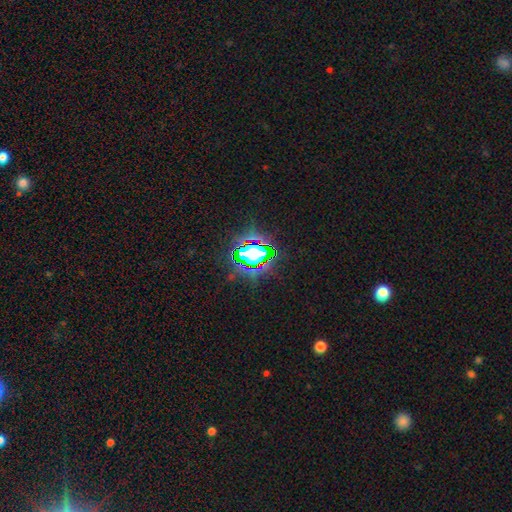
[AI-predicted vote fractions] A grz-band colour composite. It shows a star or artifact, not a galaxy (65%).